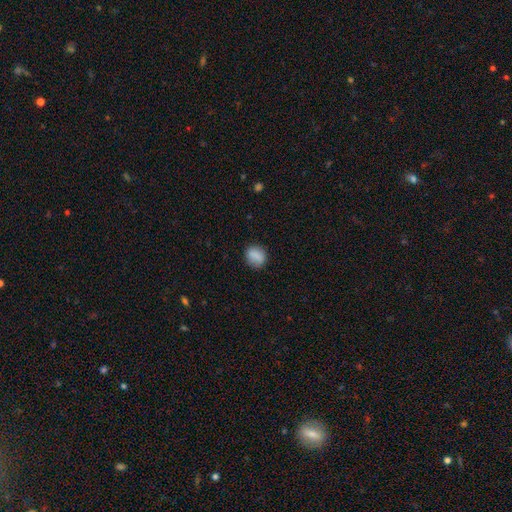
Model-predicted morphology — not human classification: Smooth or featured: smooth — 85% (star or artifact — 8%)
How rounded: round — 60% (in between — 39%)
Merging: none — 83% (minor disturbance — 12%)